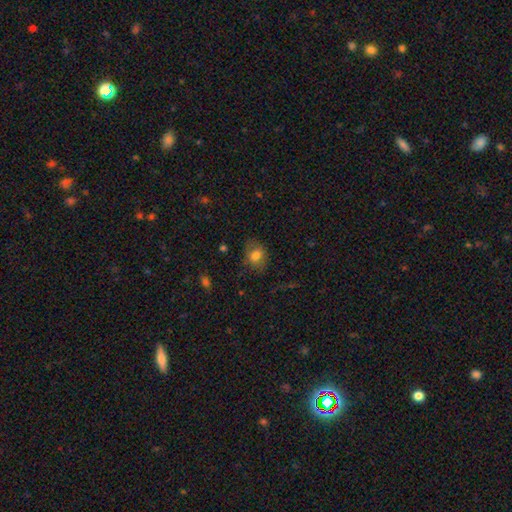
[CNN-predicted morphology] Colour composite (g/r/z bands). It shows a smooth galaxy with no disk features (77%) that is in between round and cigar-shaped (51%). Merging: none (71%).